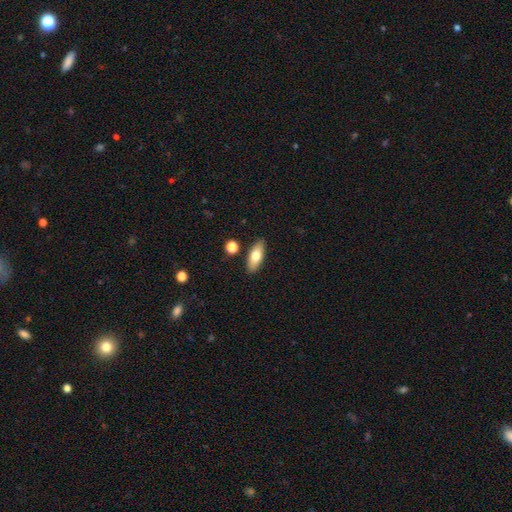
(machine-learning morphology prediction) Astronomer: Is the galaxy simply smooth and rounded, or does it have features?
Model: smooth — 69%.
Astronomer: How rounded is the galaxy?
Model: in between — 73%.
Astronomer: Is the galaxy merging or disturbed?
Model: none — 87%.